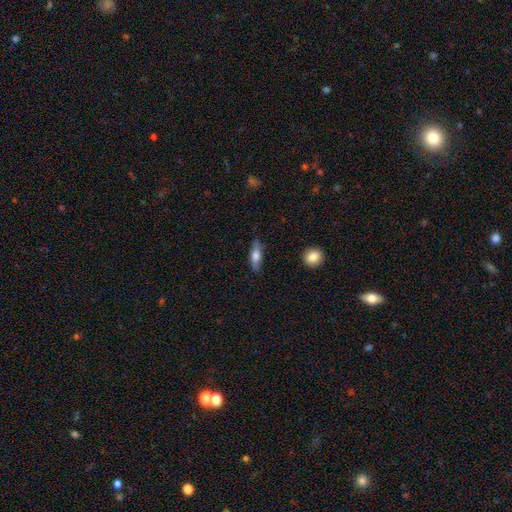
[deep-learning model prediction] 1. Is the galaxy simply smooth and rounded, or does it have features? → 68% smooth, 26% featured or disk, 6% star or artifact.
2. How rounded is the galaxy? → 52% in between, 44% cigar-shaped, 3% round.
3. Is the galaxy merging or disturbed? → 84% none, 12% minor disturbance, 3% major disturbance, 1% merger.